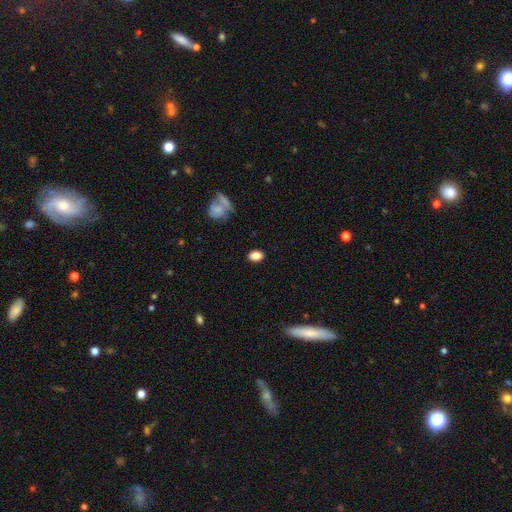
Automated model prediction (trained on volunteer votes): Overall: smooth (85%). How rounded: in between (81%). Merging: none (86%).